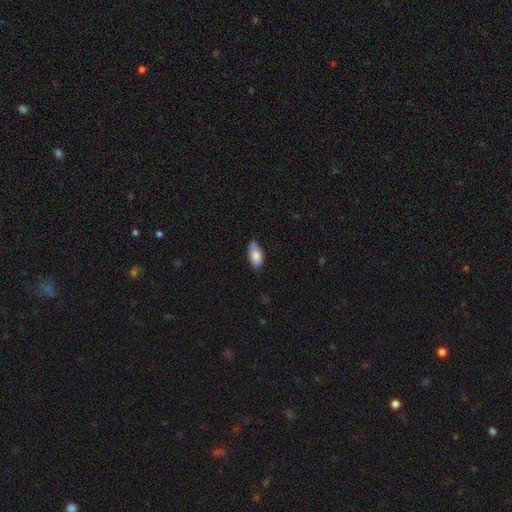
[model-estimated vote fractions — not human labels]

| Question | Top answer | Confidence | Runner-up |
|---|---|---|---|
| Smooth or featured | smooth | 83% | featured or disk (10%) |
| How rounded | in between | 92% | cigar-shaped (5%) |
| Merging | none | 64% | minor disturbance (29%) |